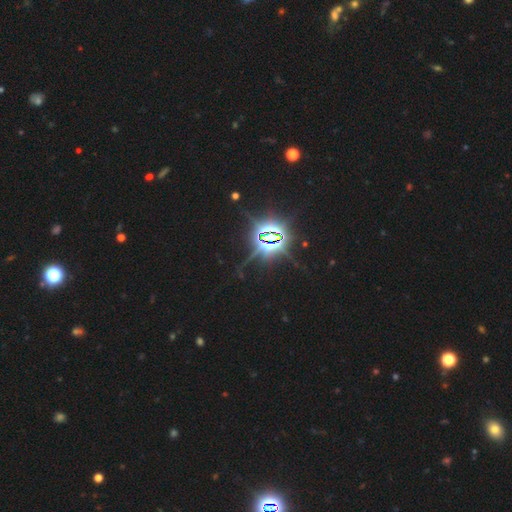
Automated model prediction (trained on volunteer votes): Smooth or featured? Predicted: star or artifact (p=0.84).